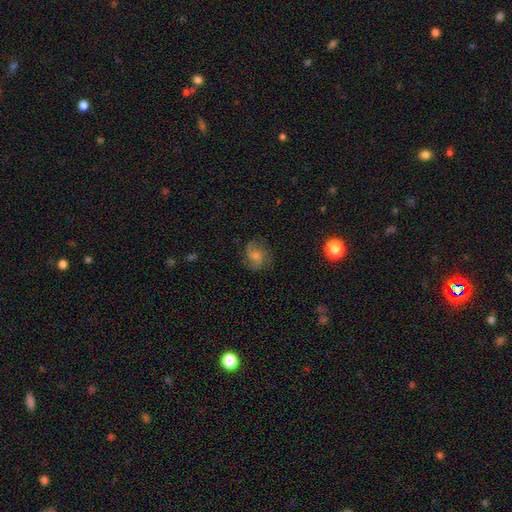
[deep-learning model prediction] featured or disk 65%, smooth 22%, star or artifact 13%. Down the decision tree: edge-on disk — no (97%); bar — no (59%); spiral arms — yes (93%); spiral arm count — 2 (52%); spiral winding — medium (51%); bulge size — moderate (41%); merging — none (77%).